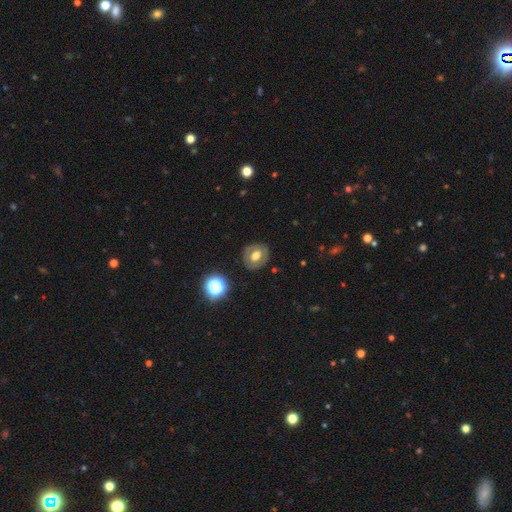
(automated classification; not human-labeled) The model was most divided on "smooth or featured": smooth: 51%, featured or disk: 38%, star or artifact: 11%. More confident: merging — none (84%); how rounded — round (67%).